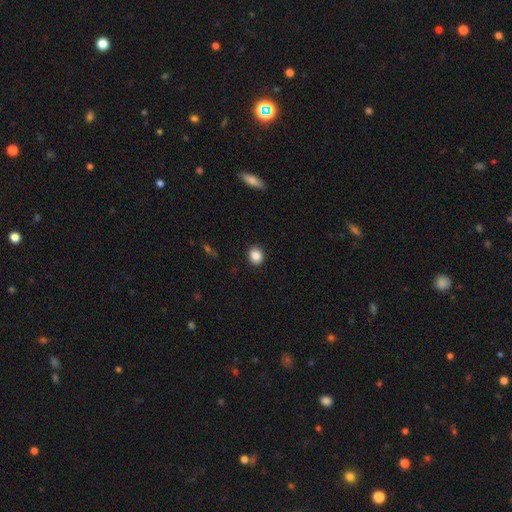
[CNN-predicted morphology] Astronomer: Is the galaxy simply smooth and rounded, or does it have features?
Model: smooth — 87%.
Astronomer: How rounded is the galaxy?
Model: round — 73%.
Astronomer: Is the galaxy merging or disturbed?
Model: none — 91%.